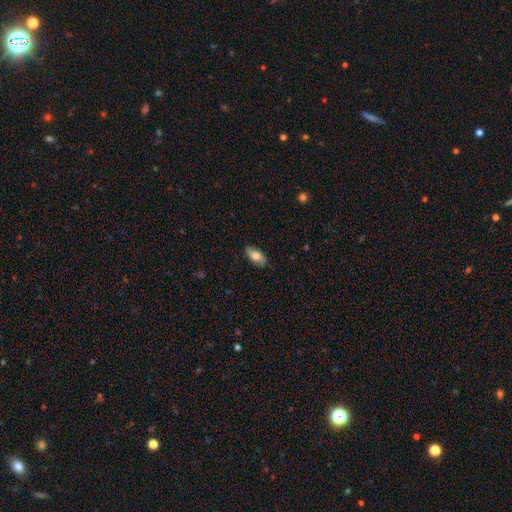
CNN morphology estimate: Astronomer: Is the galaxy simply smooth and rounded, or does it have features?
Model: smooth — 77%.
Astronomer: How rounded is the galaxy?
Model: in between — 90%.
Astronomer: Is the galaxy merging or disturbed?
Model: none — 85%.